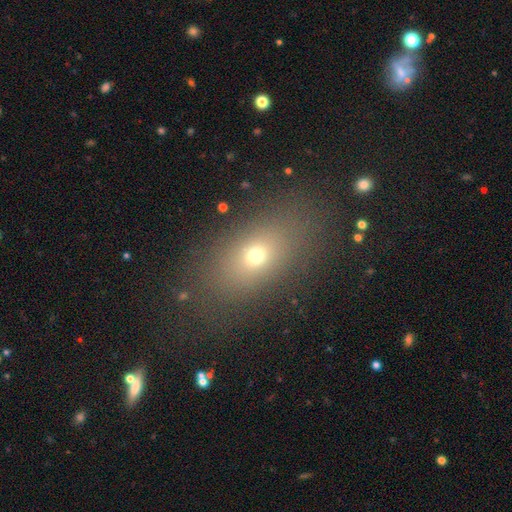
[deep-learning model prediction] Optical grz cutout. It shows a smooth galaxy with no disk features (65%) that is in between round and cigar-shaped (76%). Merging: none (81%).